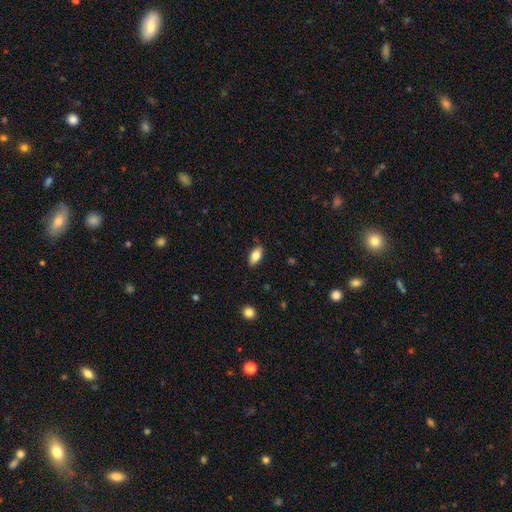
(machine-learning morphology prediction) smooth_or_featured: smooth (p=0.78) [alt: featured or disk p=0.14]
how_rounded: in between (p=0.89) [alt: cigar-shaped p=0.07]
merging: none (p=0.86) [alt: minor disturbance p=0.11]